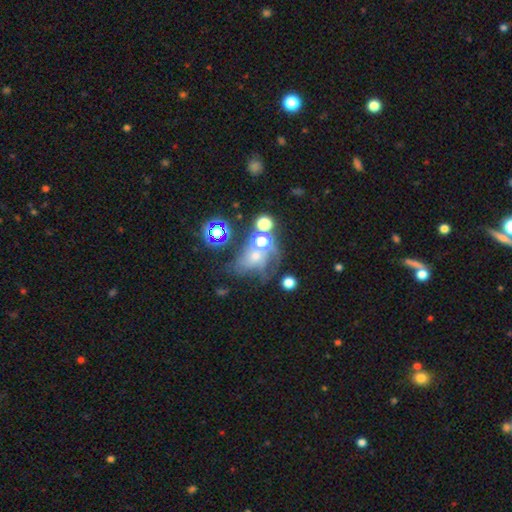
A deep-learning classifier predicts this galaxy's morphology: Smooth or featured: star or artifact — 38% (featured or disk — 32%)